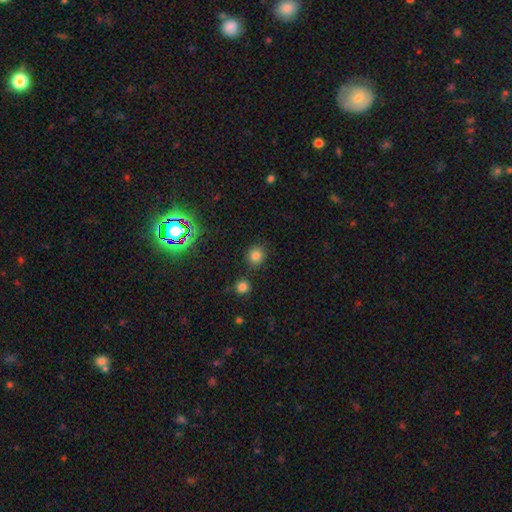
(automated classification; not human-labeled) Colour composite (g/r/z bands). It shows a smooth galaxy with no disk features (79%) that is round (85%). Merging: none (84%).